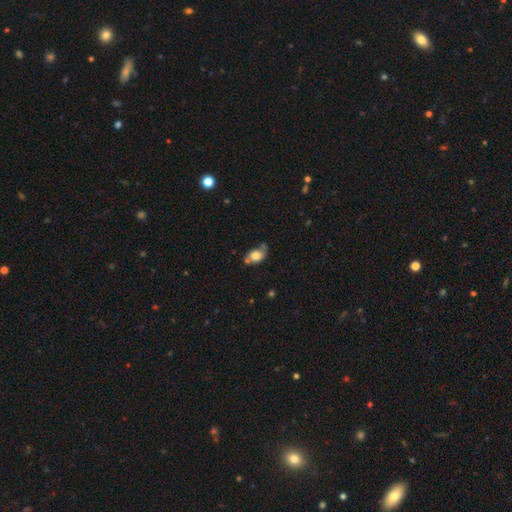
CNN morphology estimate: A smooth galaxy with no disk features (74%) that is in between round and cigar-shaped (73%).

Vote fractions:
- Smooth or featured? smooth: 74% / featured or disk: 17% / star or artifact: 9%
- How rounded? in between: 73% / round: 25% / cigar-shaped: 2%
- Merging? none: 48% / minor disturbance: 27% / merger: 16% / major disturbance: 9%